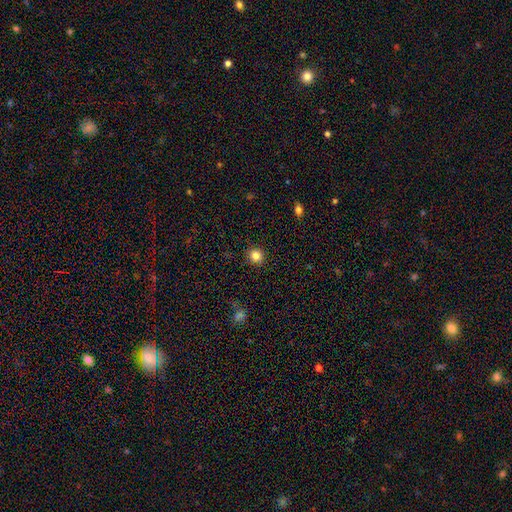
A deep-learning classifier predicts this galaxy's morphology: Smooth or featured? Predicted: smooth (p=0.84). How rounded? Predicted: round (p=0.92). Merging? Predicted: none (p=0.92).